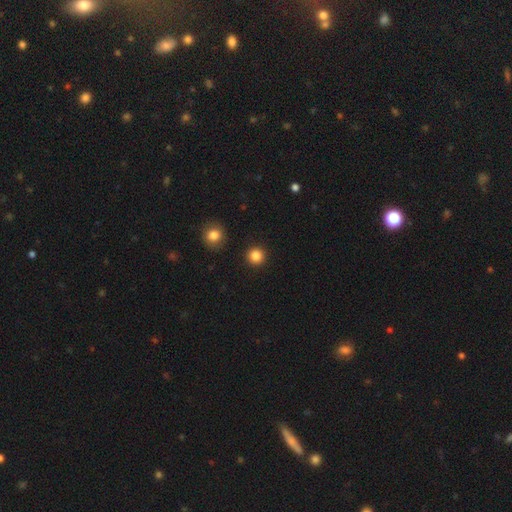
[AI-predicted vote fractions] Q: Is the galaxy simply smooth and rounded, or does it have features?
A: smooth — 85%.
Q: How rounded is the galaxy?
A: round — 96%.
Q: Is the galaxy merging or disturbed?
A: none — 93%.